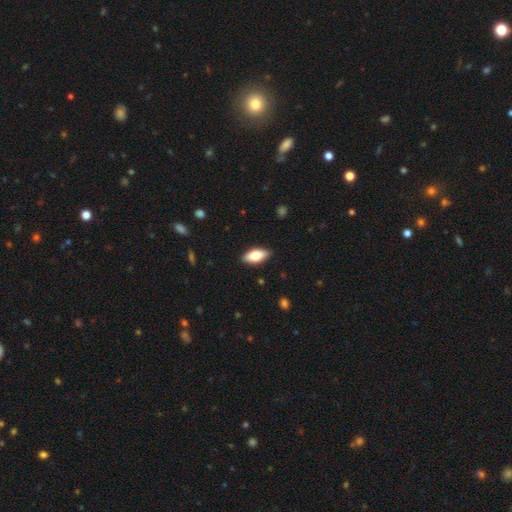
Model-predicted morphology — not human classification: A smooth galaxy with no disk features (71%) that is in between round and cigar-shaped (83%).

Vote fractions:
- Smooth or featured? smooth: 71% / featured or disk: 22% / star or artifact: 6%
- How rounded? in between: 83% / cigar-shaped: 14% / round: 3%
- Merging? none: 89% / minor disturbance: 9% / major disturbance: 2% / merger: 1%